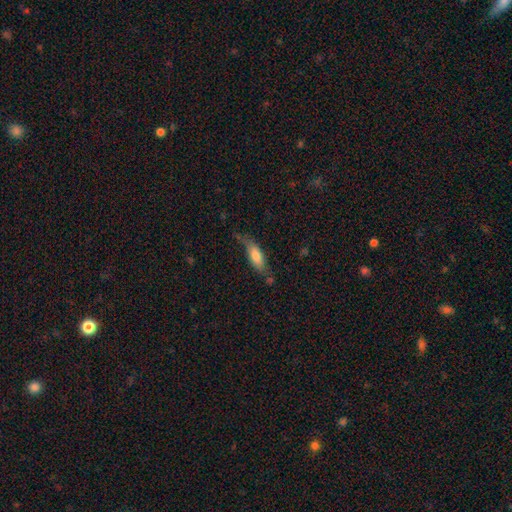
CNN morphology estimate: The model was most divided on "how rounded": in between: 60%, cigar-shaped: 38%, round: 2%. More confident: smooth or featured — smooth (68%); merging — none (52%).